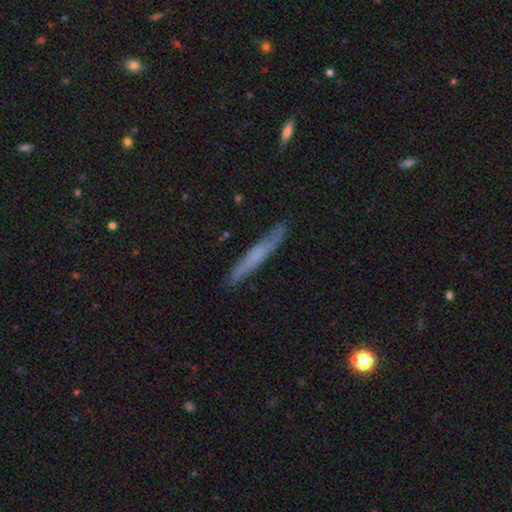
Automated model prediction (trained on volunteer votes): This is possibly a smooth galaxy (49%). Merging: clearly none (85%).